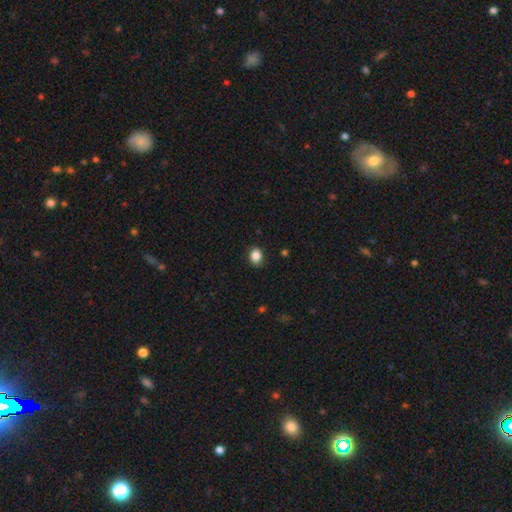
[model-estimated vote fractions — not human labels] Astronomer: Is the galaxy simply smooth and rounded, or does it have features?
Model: smooth — 85%.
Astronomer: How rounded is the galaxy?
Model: round — 52% (runner-up: in between, 47%).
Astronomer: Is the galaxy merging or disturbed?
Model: none — 86%.